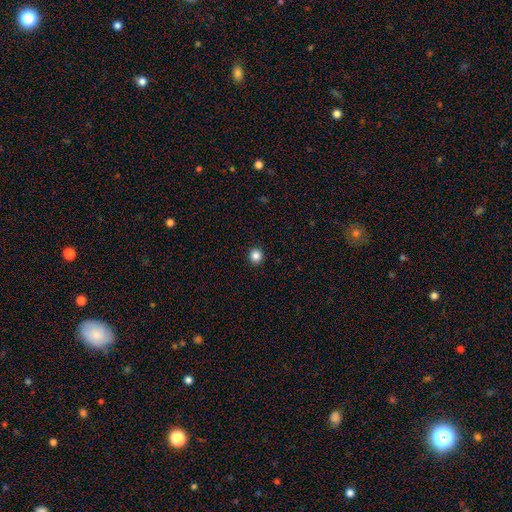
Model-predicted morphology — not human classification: This appears to be a smooth galaxy with no disk features (85%) that is round (91%). Merging: none (93%).